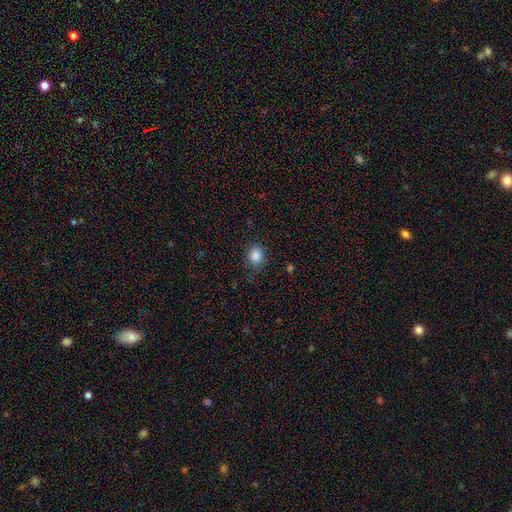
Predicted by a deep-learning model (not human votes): A smooth galaxy with no disk features (86%) that is round (72%). Merging: none (83%).